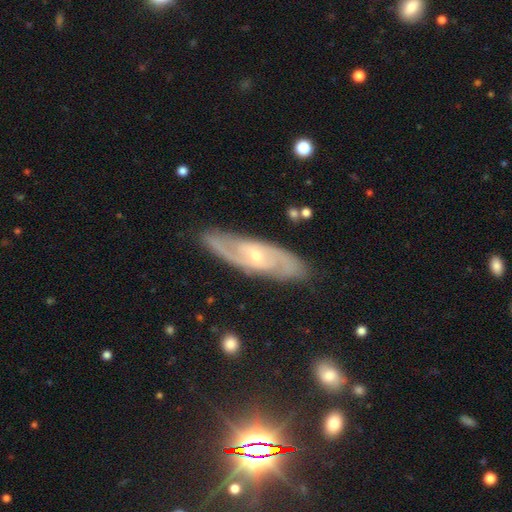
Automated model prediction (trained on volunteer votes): Q: Smooth or featured?
A: featured or disk (82%); runner-up: smooth (12%)
Q: Edge-on disk?
A: no (85%); runner-up: yes (15%)
Q: Bar?
A: weak (44%); runner-up: no (43%)
Q: Spiral arms?
A: yes (93%); runner-up: no (7%)
Q: Spiral winding?
A: tight (44%); tied with: medium (44%)
Q: Spiral arm count?
A: 2 (70%); runner-up: can't tell (18%)
Q: Bulge size?
A: small (65%); runner-up: moderate (32%)
Q: Merging?
A: none (83%); runner-up: minor disturbance (12%)